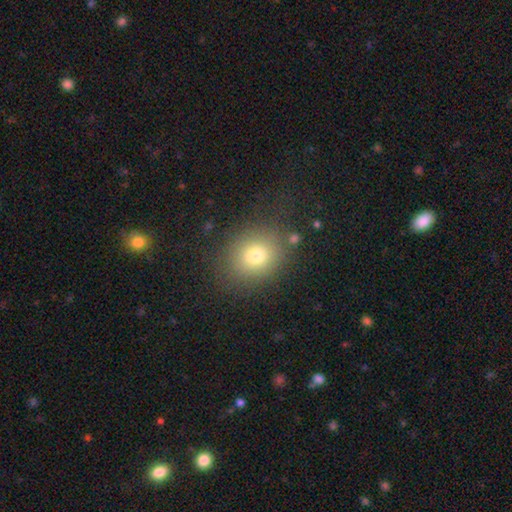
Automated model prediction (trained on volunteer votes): Smooth or featured?
  - smooth: 75% *
  - star or artifact: 14%
  - featured or disk: 11%
How rounded?
  - round: 62% *
  - in between: 37%
  - cigar-shaped: 1%
Merging?
  - none: 80% *
  - minor disturbance: 12%
  - major disturbance: 6%
  - merger: 3%